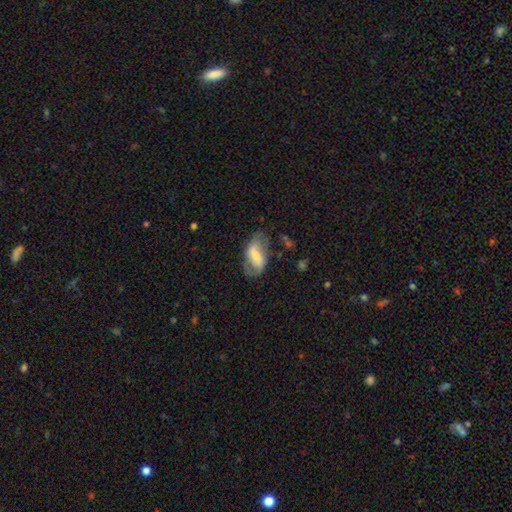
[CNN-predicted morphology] smooth_or_featured: featured or disk (p=0.52) [alt: smooth p=0.41]
disk_edge_on: no (p=0.93) [alt: yes p=0.07]
merging: none (p=0.54) [alt: minor disturbance p=0.26]